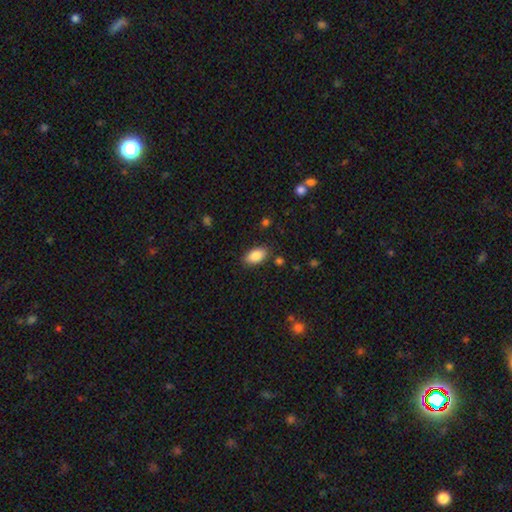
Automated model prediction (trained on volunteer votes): A smooth galaxy with no disk features (86%) that is in between round and cigar-shaped (93%). Merging: none (85%).